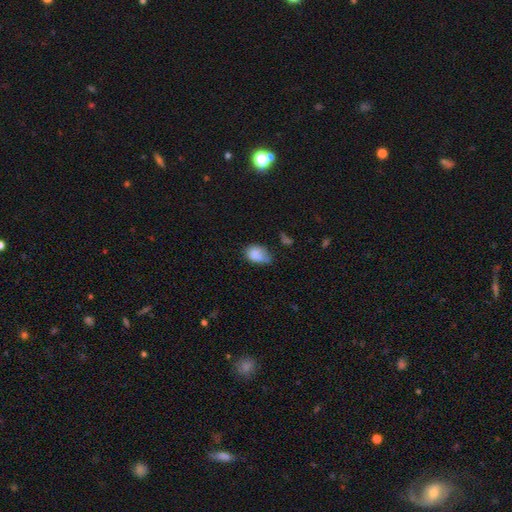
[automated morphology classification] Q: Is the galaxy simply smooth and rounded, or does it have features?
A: smooth — 80%.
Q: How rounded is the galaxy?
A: in between — 79%.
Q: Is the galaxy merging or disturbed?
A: minor disturbance — 41%.